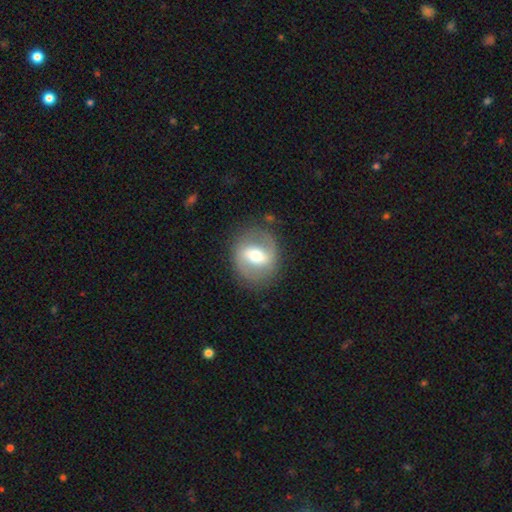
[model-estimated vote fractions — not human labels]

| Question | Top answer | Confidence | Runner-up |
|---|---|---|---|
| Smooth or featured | featured or disk | 68% | smooth (25%) |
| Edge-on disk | no | 95% | yes (5%) |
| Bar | strong | 42% | weak (39%) |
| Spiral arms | yes | 73% | no (27%) |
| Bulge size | moderate | 65% | small (21%) |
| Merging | none | 82% | minor disturbance (11%) |